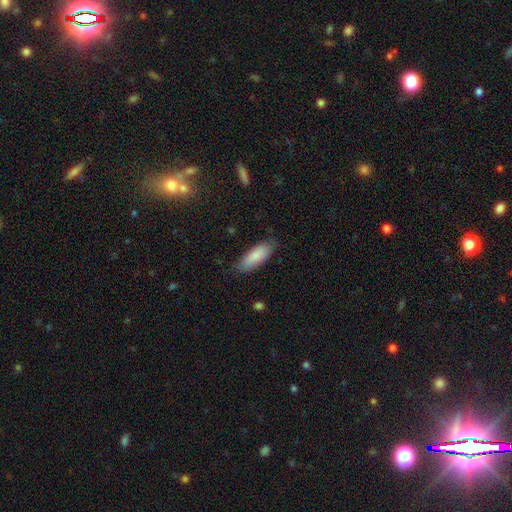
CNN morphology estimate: This is clearly a smooth galaxy (86%). How rounded: likely in between (67%). Merging: clearly none (81%).